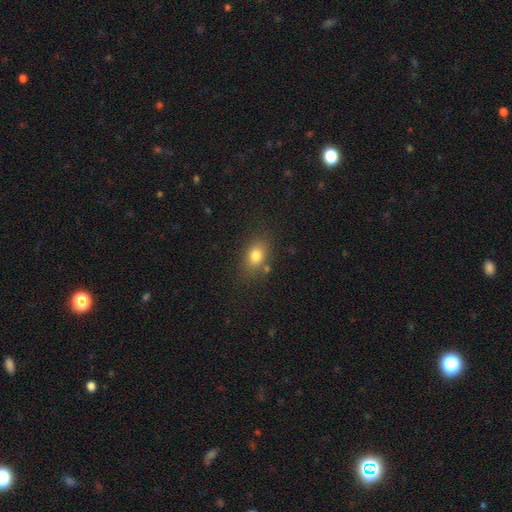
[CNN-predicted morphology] type=smooth (79%); roundness=in between (73%); merging=none (76%).